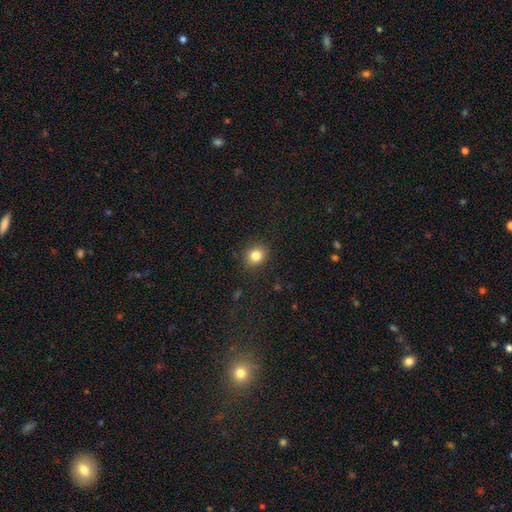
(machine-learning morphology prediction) smooth_or_featured: smooth (p=0.83) [alt: star or artifact p=0.11]
how_rounded: round (p=0.75) [alt: in between p=0.25]
merging: none (p=0.89) [alt: minor disturbance p=0.08]